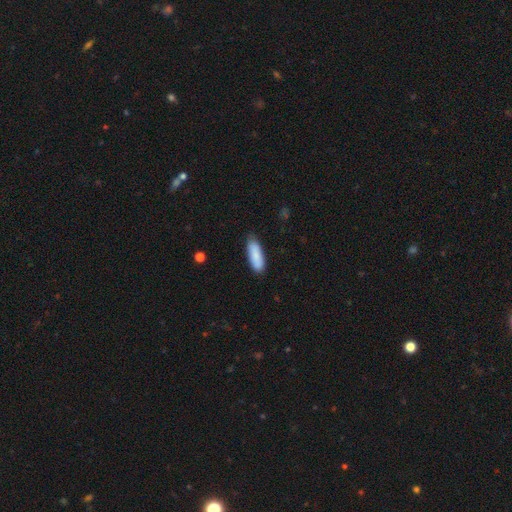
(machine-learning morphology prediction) The model was most divided on "how rounded": in between: 60%, cigar-shaped: 39%, round: 2%. More confident: smooth or featured — smooth (87%); merging — none (78%).